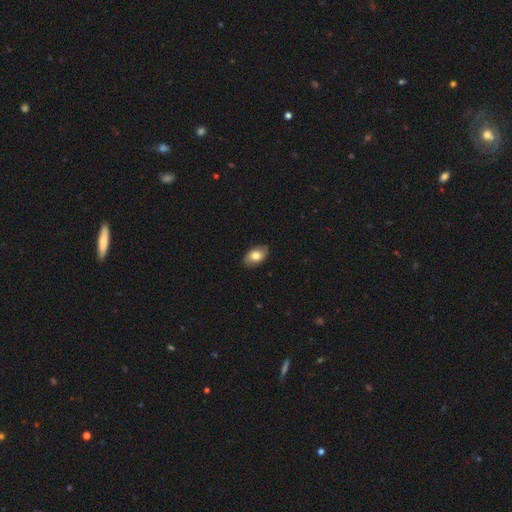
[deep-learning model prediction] A smooth galaxy with no disk features (75%) that is in between round and cigar-shaped (91%).

Vote fractions:
- Smooth or featured? smooth: 75% / featured or disk: 18% / star or artifact: 7%
- How rounded? in between: 91% / round: 8% / cigar-shaped: 1%
- Merging? none: 84% / minor disturbance: 12% / major disturbance: 2% / merger: 1%